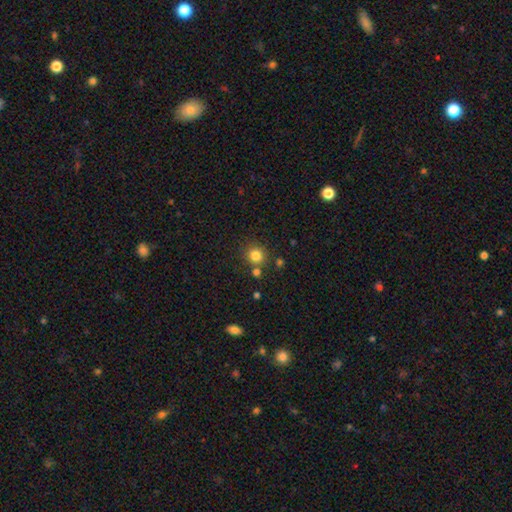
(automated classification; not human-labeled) Q: Smooth or featured?
A: smooth (82%); runner-up: star or artifact (13%)
Q: How rounded?
A: round (89%); runner-up: in between (10%)
Q: Merging?
A: none (78%); runner-up: merger (10%)